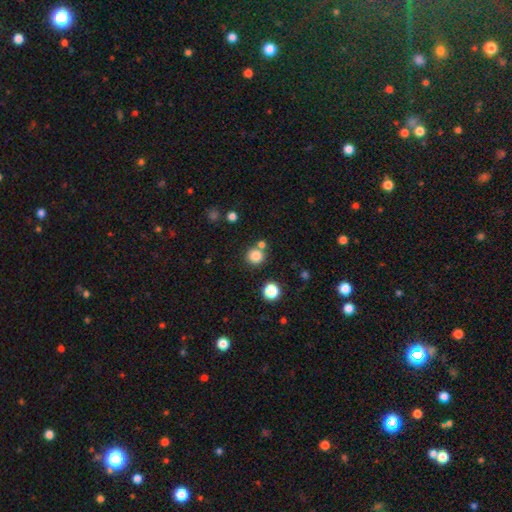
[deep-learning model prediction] Morphology: type=smooth (82%); roundness=round (91%); merging=none (73%).